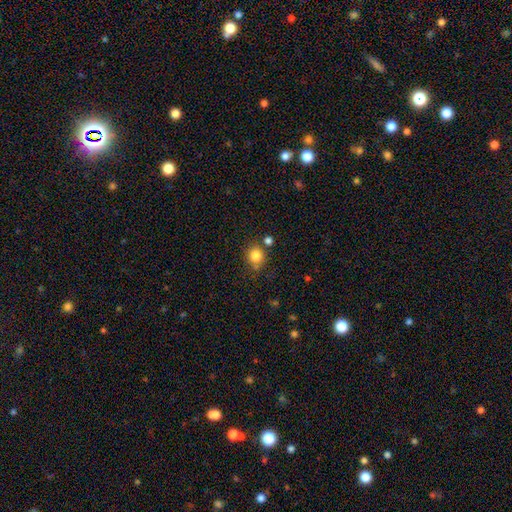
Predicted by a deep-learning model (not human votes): Smooth or featured? smooth (82%)
How rounded? round (82%)
Merging? none (74%)